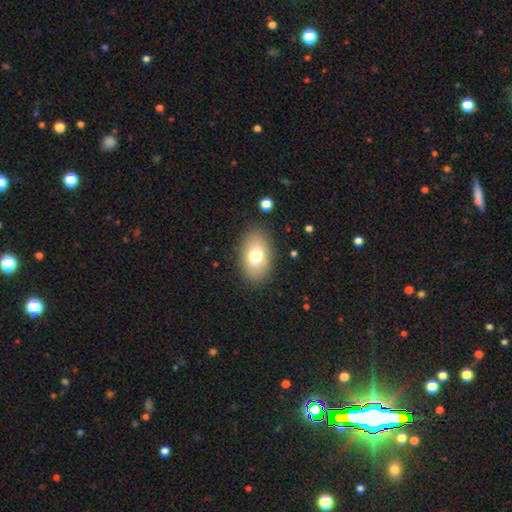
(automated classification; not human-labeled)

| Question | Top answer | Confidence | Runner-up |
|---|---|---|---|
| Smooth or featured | smooth | 74% | featured or disk (17%) |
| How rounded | in between | 88% | round (10%) |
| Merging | none | 85% | minor disturbance (10%) |